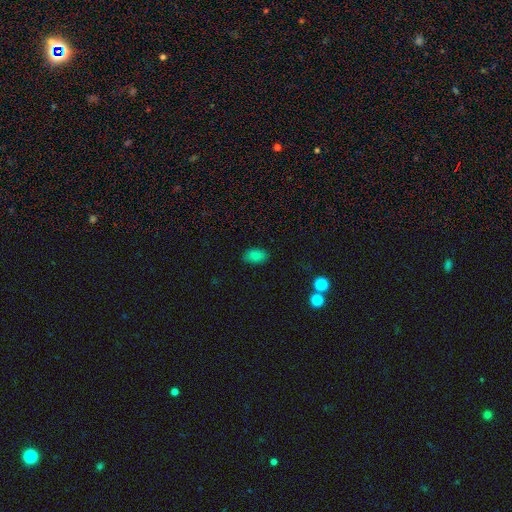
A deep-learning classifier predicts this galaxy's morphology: This appears to be a smooth galaxy with no disk features (82%) that is in between round and cigar-shaped (89%). Merging: none (85%).